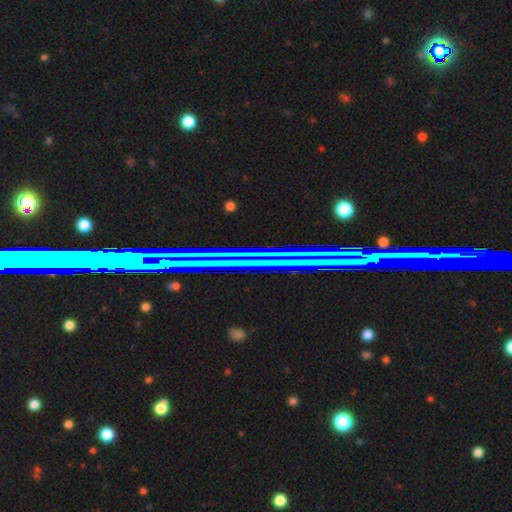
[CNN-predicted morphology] This is likely a star or artifact rather than a galaxy (72%).